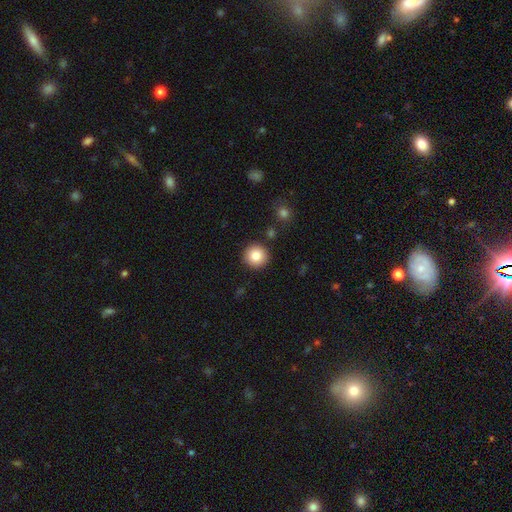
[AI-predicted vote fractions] This appears to be a smooth galaxy with no disk features (83%) that is round (95%). Merging: none (90%).